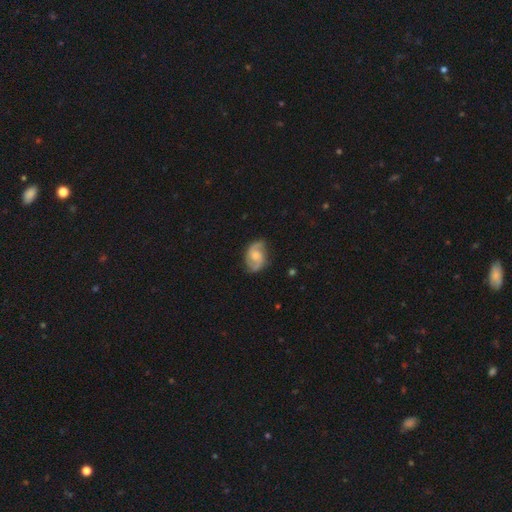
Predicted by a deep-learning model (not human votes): Smooth or featured? featured or disk (85%)
Edge-on disk? no (98%)
Bar? no (54%)
Spiral arms? yes (97%)
Spiral winding? medium (55%)
Spiral arm count? 2 (92%)
Bulge size? moderate (40%)
Merging? none (80%)